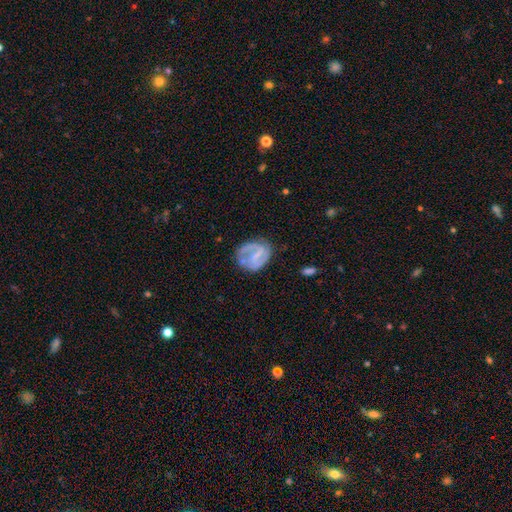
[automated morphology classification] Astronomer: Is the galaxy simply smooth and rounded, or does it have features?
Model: featured or disk — 66%.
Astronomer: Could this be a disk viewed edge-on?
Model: no — 97%.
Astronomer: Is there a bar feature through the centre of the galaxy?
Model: weak — 44% (runner-up: strong, 32%).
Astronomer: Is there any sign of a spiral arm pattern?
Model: yes — 73%.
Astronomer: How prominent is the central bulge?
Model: none — 49% (runner-up: small, 33%).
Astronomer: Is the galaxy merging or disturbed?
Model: none — 59%.